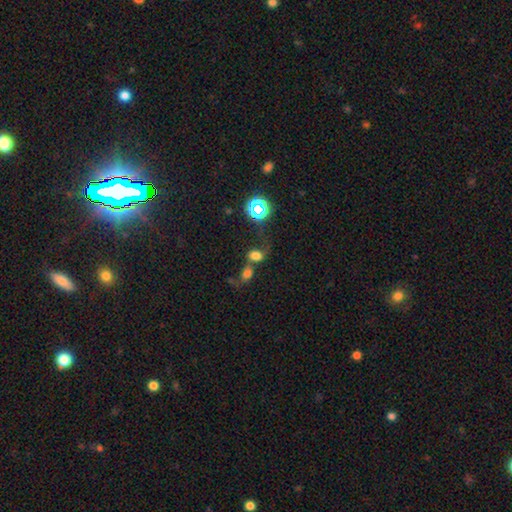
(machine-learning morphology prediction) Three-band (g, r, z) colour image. It shows a smooth galaxy with no disk features (66%) that is in between round and cigar-shaped (59%). Merging: merger (59%).